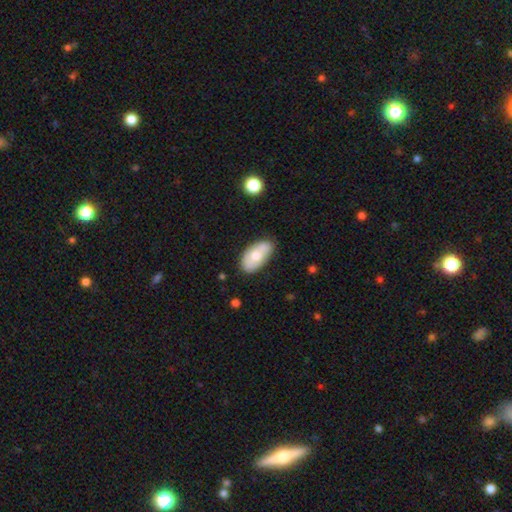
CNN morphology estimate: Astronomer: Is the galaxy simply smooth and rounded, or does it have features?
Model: smooth — 67%.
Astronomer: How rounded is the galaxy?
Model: in between — 94%.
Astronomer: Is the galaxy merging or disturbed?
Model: none — 69%.